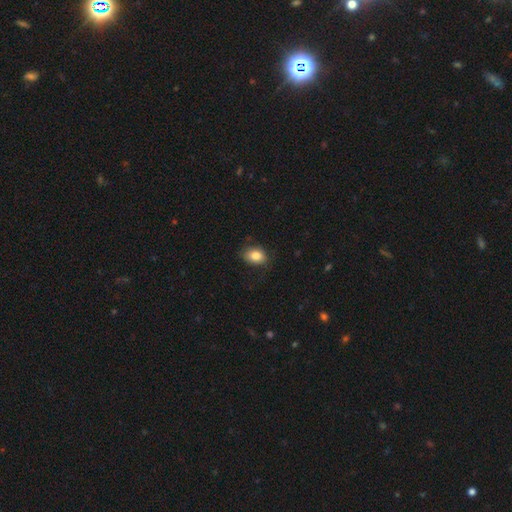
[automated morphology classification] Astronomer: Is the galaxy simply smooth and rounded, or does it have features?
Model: smooth — 84%.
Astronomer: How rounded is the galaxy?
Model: in between — 75%.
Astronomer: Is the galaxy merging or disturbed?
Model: none — 80%.